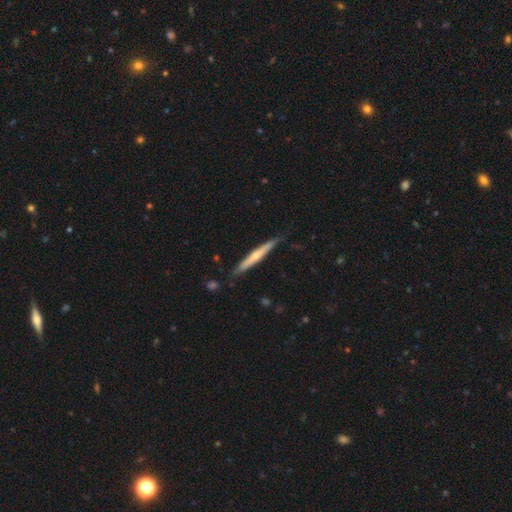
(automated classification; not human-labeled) Smooth or featured?
  - featured or disk: 53% *
  - smooth: 41%
  - star or artifact: 5%
Edge-on disk?
  - yes: 95% *
  - no: 5%
Edge-on bulge?
  - rounded: 64% *
  - none: 32%
  - boxy: 3%
Merging?
  - none: 82% *
  - minor disturbance: 14%
  - major disturbance: 2%
  - merger: 2%